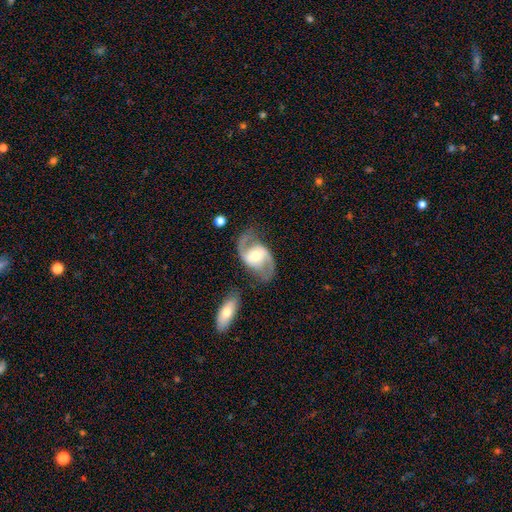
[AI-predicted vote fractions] featured or disk 88%, smooth 8%, star or artifact 5%. Down the decision tree: edge-on disk — no (97%); bar — weak (43%); spiral arms — yes (96%); spiral arm count — 2 (93%); spiral winding — medium (52%); bulge size — moderate (63%); merging — none (73%).